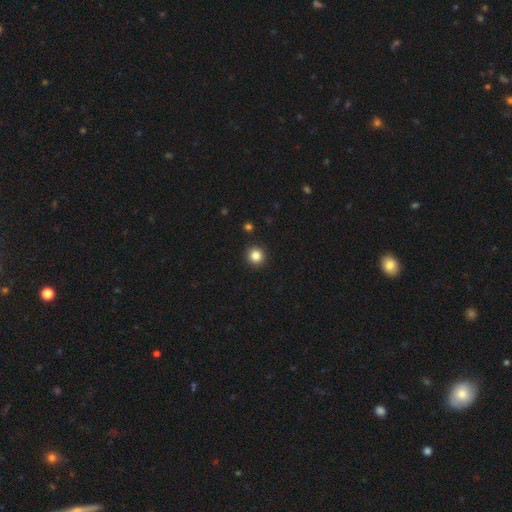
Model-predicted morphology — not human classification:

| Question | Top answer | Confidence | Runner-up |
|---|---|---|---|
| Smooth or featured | smooth | 84% | star or artifact (11%) |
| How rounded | round | 94% | in between (5%) |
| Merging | none | 93% | minor disturbance (4%) |